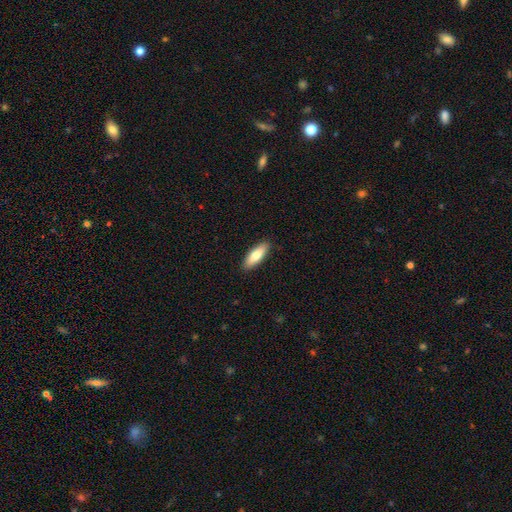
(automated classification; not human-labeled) Overall: smooth (78%). How rounded: in between (54%; cigar-shaped 44%). Merging: none (89%).